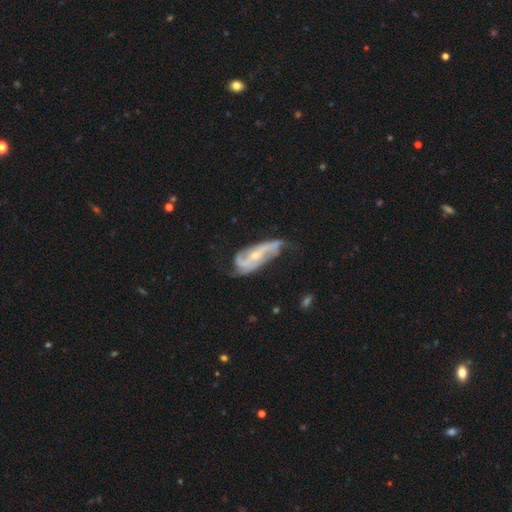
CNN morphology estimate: Smooth or featured: featured or disk — 83% (smooth — 11%)
Edge-on disk: no — 90% (yes — 10%)
Bar: no — 44% (weak — 29%)
Spiral arms: yes — 92% (no — 8%)
Spiral winding: loose — 42% (medium — 37%)
Spiral arm count: 2 — 63% (3 — 15%)
Bulge size: small — 59% (moderate — 37%)
Merging: none — 48% (minor disturbance — 31%)